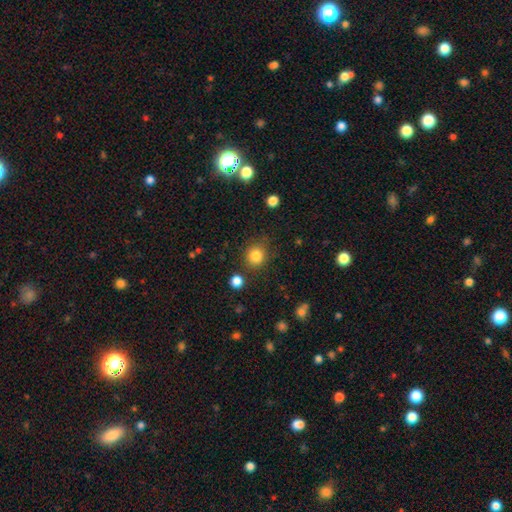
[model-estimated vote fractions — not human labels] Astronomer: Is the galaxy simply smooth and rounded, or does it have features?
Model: smooth — 84%.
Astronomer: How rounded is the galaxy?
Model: round — 86%.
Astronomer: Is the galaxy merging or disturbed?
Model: none — 81%.